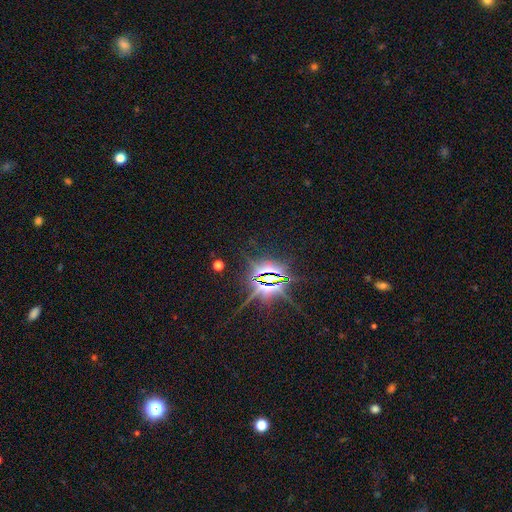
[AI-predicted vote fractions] A star or artifact, not a galaxy (85%).